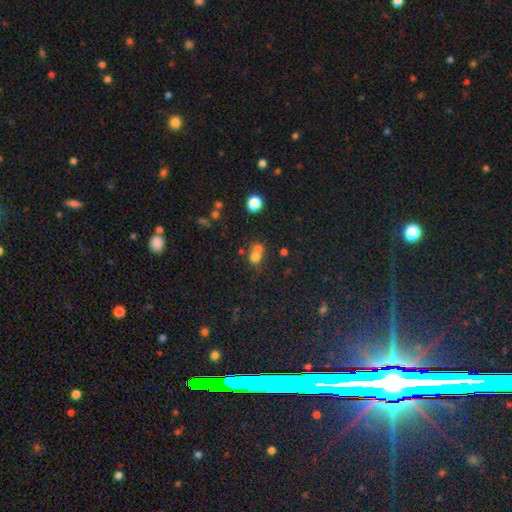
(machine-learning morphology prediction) Overall: smooth (69%). How rounded: round (77%). Merging: merger (55%; none 34%).